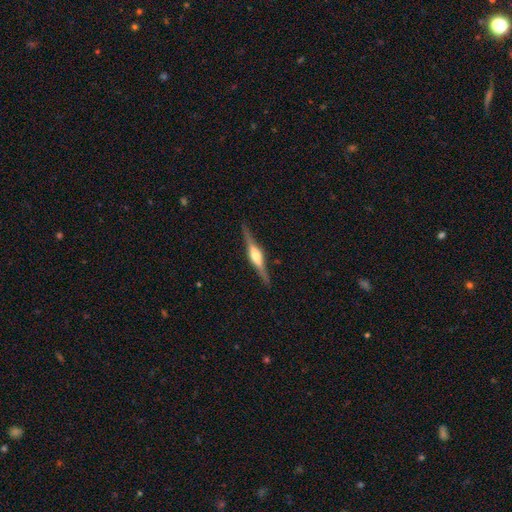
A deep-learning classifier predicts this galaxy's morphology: Smooth or featured? featured or disk (80%)
Edge-on disk? yes (98%)
Edge-on bulge? rounded (82%)
Merging? none (89%)